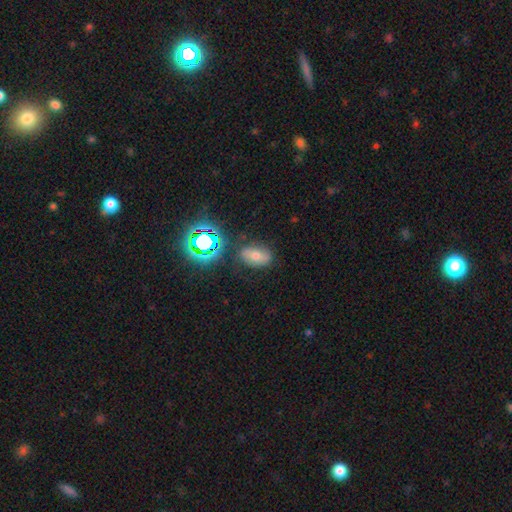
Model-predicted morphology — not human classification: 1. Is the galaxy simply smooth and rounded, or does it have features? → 45% smooth, 31% star or artifact, 24% featured or disk.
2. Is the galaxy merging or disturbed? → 78% none, 14% minor disturbance, 5% major disturbance, 3% merger.